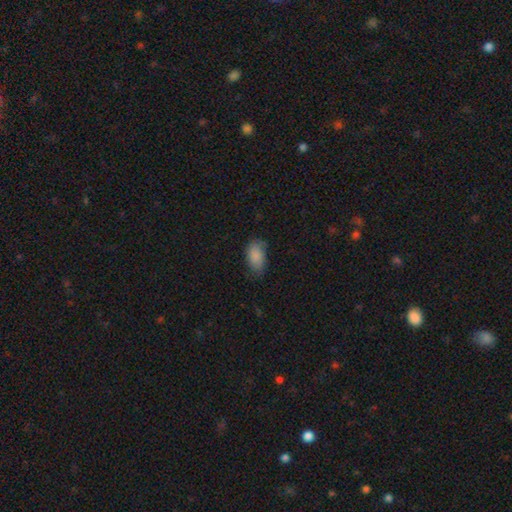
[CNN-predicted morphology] Q: Smooth or featured?
A: smooth (86%); runner-up: featured or disk (7%)
Q: How rounded?
A: in between (93%); runner-up: round (5%)
Q: Merging?
A: none (67%); runner-up: minor disturbance (26%)